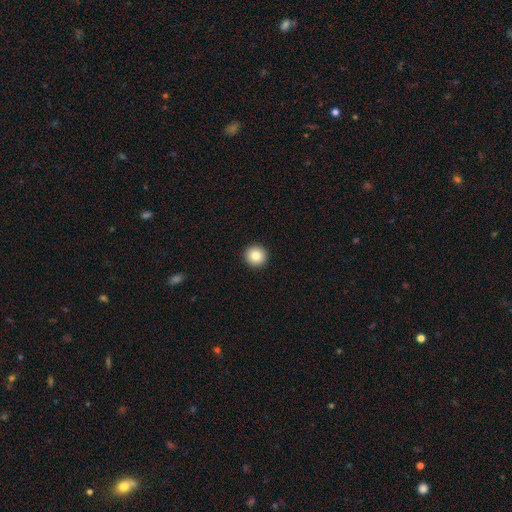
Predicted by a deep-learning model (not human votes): Smooth or featured? Predicted: smooth (p=0.85). How rounded? Predicted: round (p=0.96). Merging? Predicted: none (p=0.94).